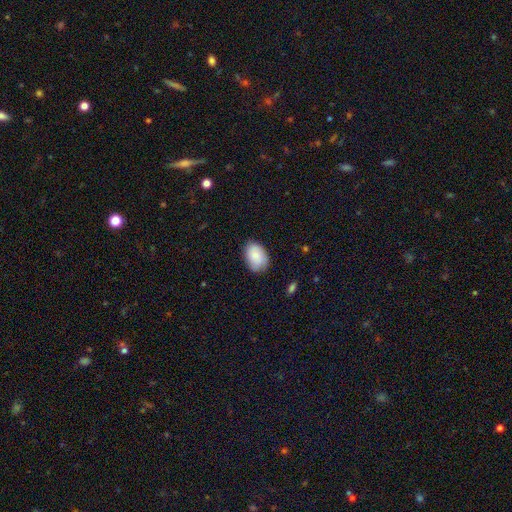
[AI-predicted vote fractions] smooth 80%, featured or disk 14%, star or artifact 7%. Down the decision tree: how rounded — in between (83%); merging — none (77%).